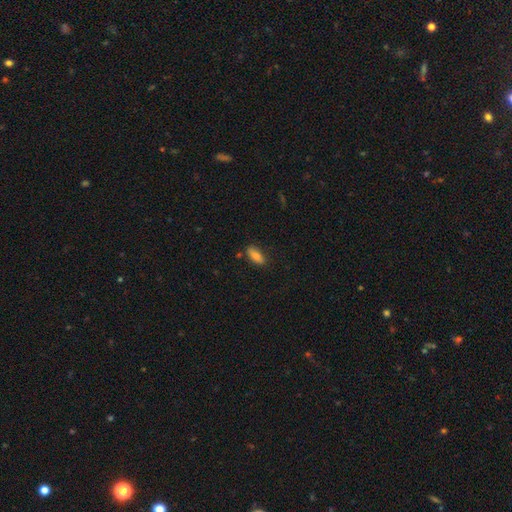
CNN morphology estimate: Smooth or featured? Predicted: smooth (p=0.79). How rounded? Predicted: in between (p=0.71). Merging? Predicted: none (p=0.81).